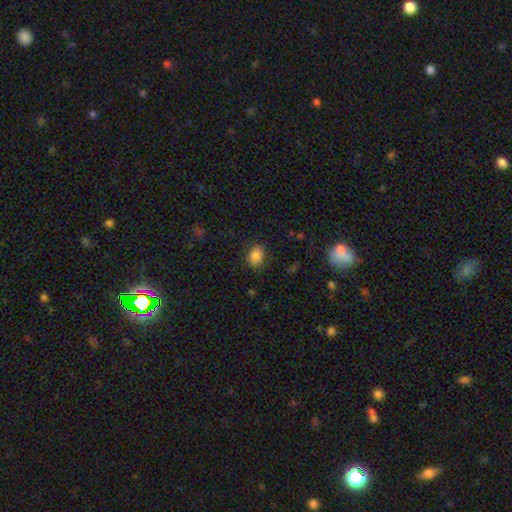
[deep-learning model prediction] smooth 85%, star or artifact 9%, featured or disk 5%. Down the decision tree: how rounded — in between (72%); merging — none (84%).